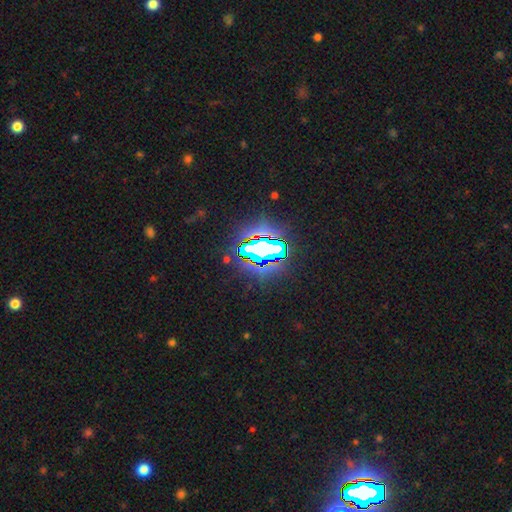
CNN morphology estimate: This appears to be a star or artifact, not a galaxy (84%).